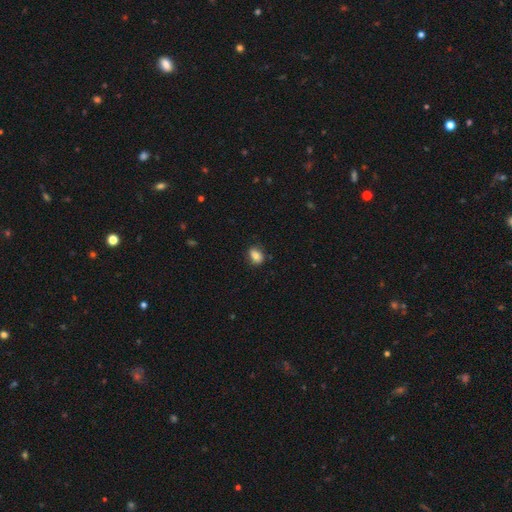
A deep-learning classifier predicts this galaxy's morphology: Smooth or featured? Predicted: smooth (p=0.82). How rounded? Predicted: in between (p=0.72). Merging? Predicted: none (p=0.79).